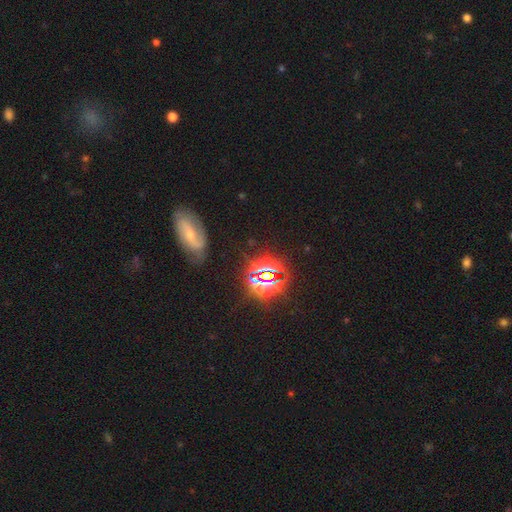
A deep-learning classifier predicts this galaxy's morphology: A star or artifact, not a galaxy (58%).

Vote fractions:
- Smooth or featured? star or artifact: 58% / smooth: 28% / featured or disk: 14%